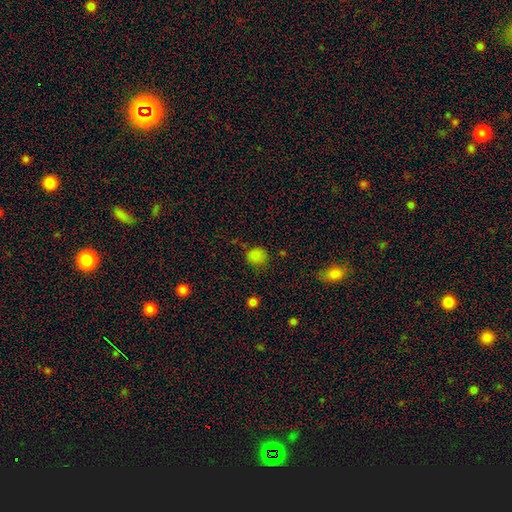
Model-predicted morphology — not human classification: Smooth or featured?
  - smooth: 81% *
  - star or artifact: 15%
  - featured or disk: 4%
How rounded?
  - round: 86% *
  - in between: 13%
  - cigar-shaped: 1%
Merging?
  - none: 73% *
  - minor disturbance: 19%
  - major disturbance: 5%
  - merger: 3%